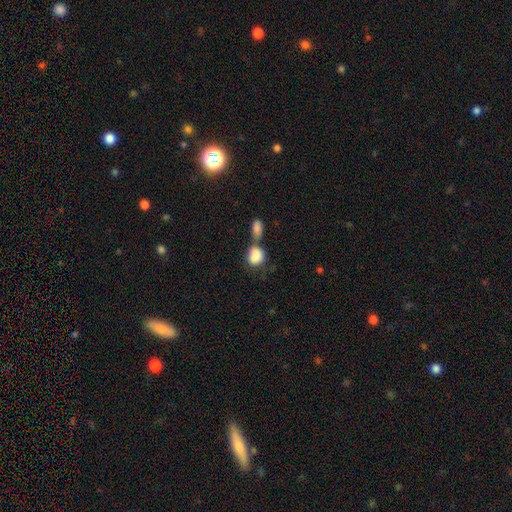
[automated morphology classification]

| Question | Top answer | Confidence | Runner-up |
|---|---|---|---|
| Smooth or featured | smooth | 83% | featured or disk (10%) |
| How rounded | in between | 51% | round (47%) |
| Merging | merger | 59% | none (23%) |